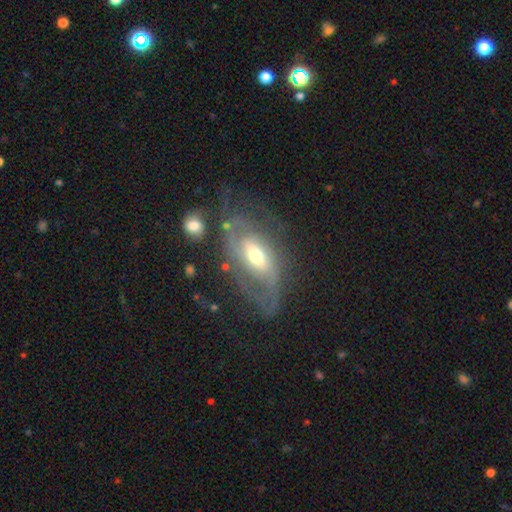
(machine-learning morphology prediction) The model was most divided on "spiral winding": medium: 40%, tight: 36%, loose: 24%. Remaining: edge-on disk — no (92%); spiral arms — yes (79%); smooth or featured — featured or disk (78%); bulge size — moderate (69%); spiral arm count — 2 (53%); merging — none (48%); bar — no (45%).